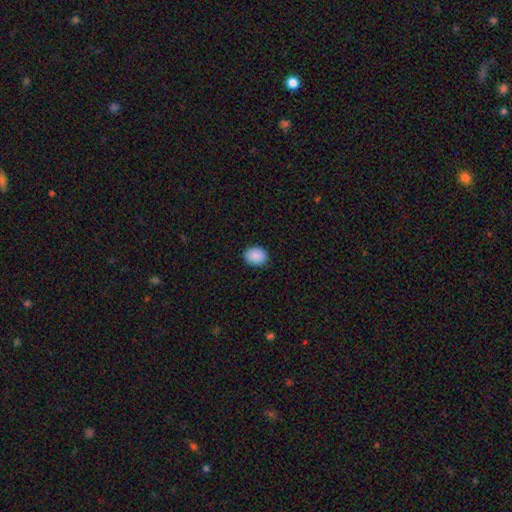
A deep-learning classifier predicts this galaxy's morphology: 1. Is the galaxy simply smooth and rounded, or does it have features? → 90% smooth, 7% star or artifact, 3% featured or disk.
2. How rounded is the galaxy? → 56% in between, 43% round, 1% cigar-shaped.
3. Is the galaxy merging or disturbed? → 87% none, 10% minor disturbance, 2% major disturbance, 1% merger.